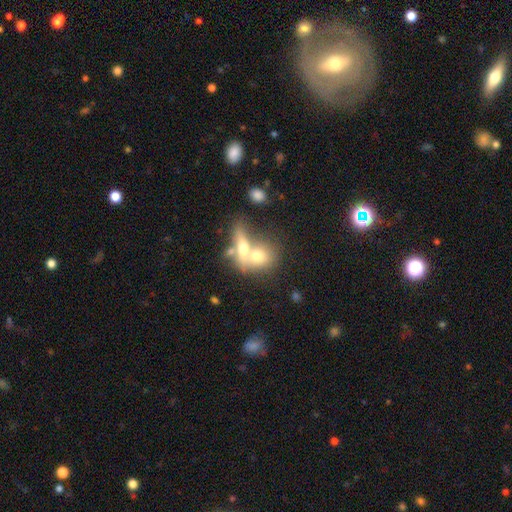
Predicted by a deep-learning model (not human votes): A smooth galaxy with no disk features (59%) that is in between round and cigar-shaped (47%). Merging: merger (67%).